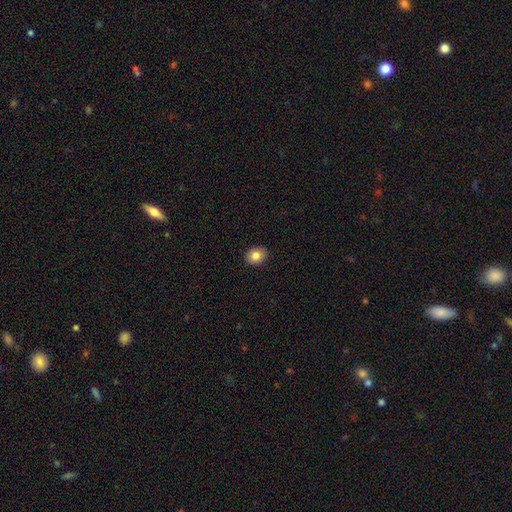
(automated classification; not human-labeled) The model was most divided on "how rounded": in between: 50%, round: 49%, cigar-shaped: 1%. More confident: merging — none (91%); smooth or featured — smooth (83%).